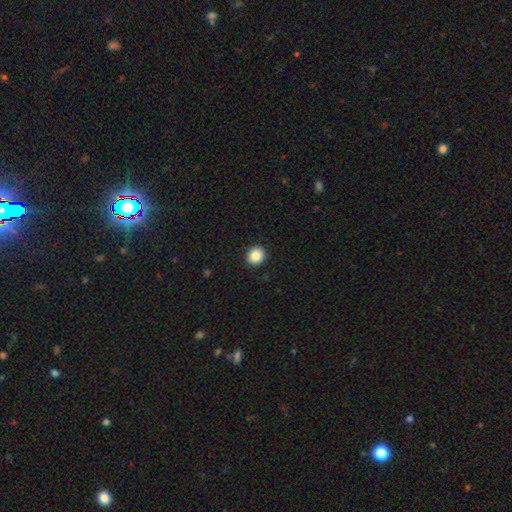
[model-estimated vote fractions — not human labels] smooth 87%, star or artifact 9%, featured or disk 4%. Down the decision tree: how rounded — round (87%); merging — none (93%).